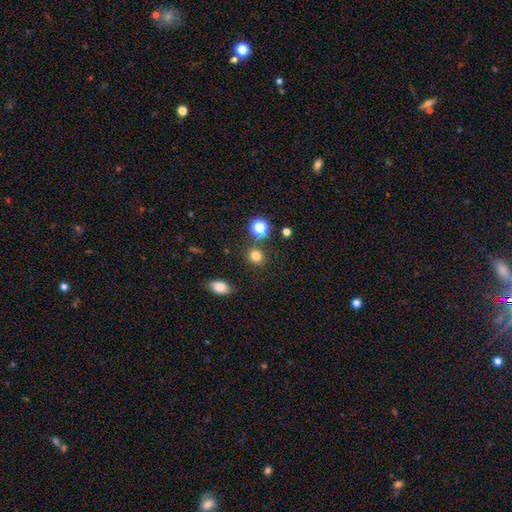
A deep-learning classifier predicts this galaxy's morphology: smooth_or_featured: smooth (p=0.79) [alt: star or artifact p=0.16]
how_rounded: round (p=0.81) [alt: in between p=0.18]
merging: none (p=0.83) [alt: minor disturbance p=0.08]